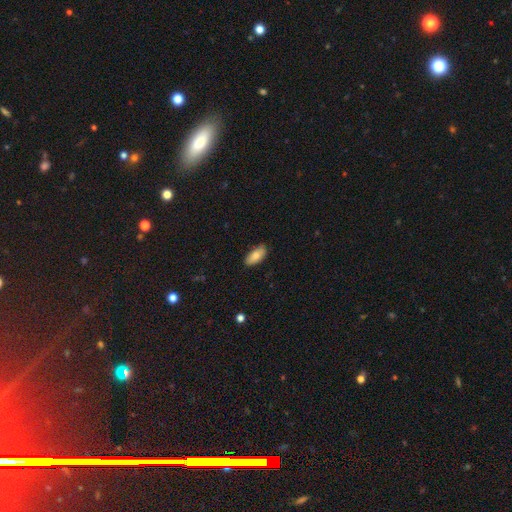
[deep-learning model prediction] The model was most divided on "merging": none: 84%, minor disturbance: 13%, major disturbance: 2%, merger: 1%. More confident: how rounded — in between (88%); smooth or featured — smooth (82%).